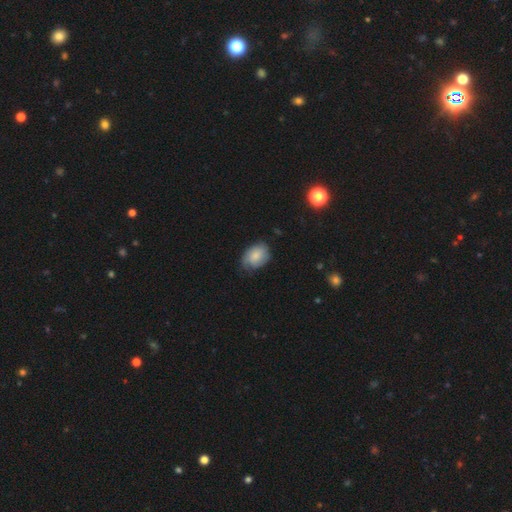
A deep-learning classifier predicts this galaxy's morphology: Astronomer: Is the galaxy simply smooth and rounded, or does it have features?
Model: smooth — 70%.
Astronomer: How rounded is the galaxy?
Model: in between — 77%.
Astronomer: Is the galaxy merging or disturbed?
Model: none — 59%.